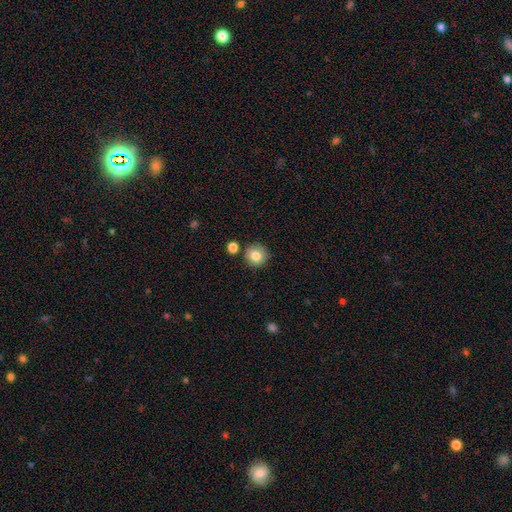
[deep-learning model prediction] The model was most divided on "smooth or featured": smooth: 82%, star or artifact: 10%, featured or disk: 9%. More confident: how rounded — round (94%); merging — none (84%).